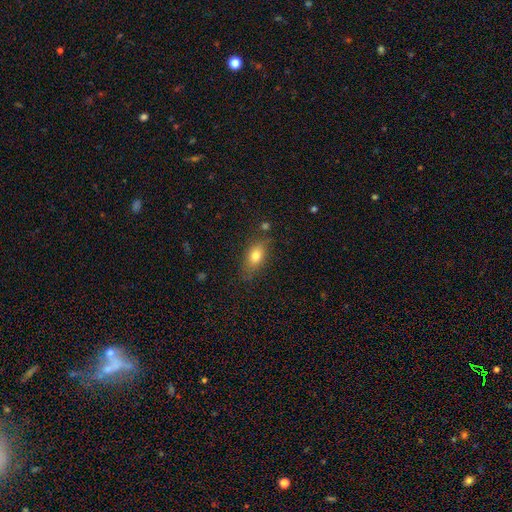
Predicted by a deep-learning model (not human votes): smooth 76%, featured or disk 14%, star or artifact 9%. Down the decision tree: how rounded — in between (82%); merging — none (75%).